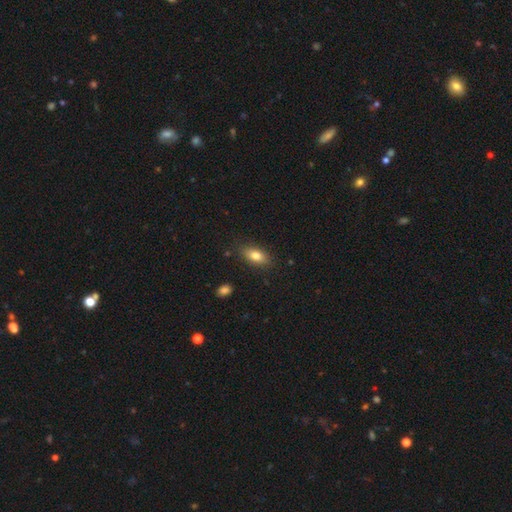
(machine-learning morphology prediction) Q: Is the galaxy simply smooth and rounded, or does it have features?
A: smooth — 79%.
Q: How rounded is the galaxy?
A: in between — 85%.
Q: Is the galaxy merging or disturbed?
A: none — 84%.